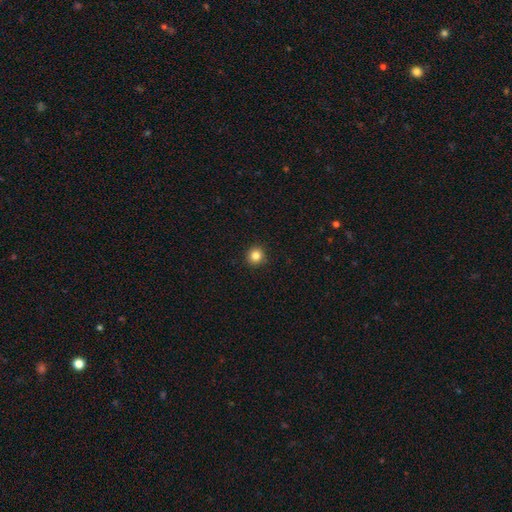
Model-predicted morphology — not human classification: This appears to be a smooth galaxy with no disk features (84%) that is round (92%). Merging: none (92%).